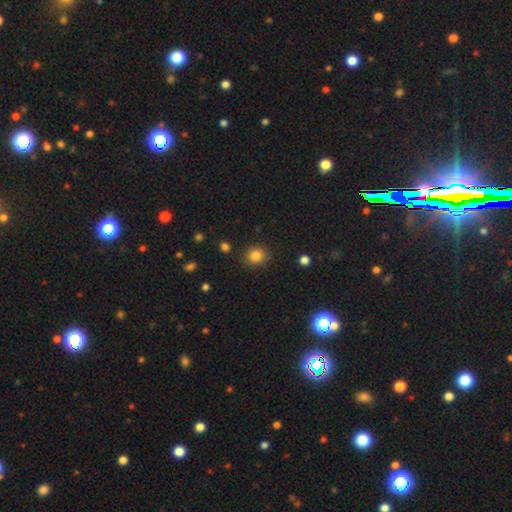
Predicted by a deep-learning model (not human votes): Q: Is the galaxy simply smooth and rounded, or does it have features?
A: smooth — 83%.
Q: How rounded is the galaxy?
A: round — 75%.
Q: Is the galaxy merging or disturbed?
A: none — 87%.